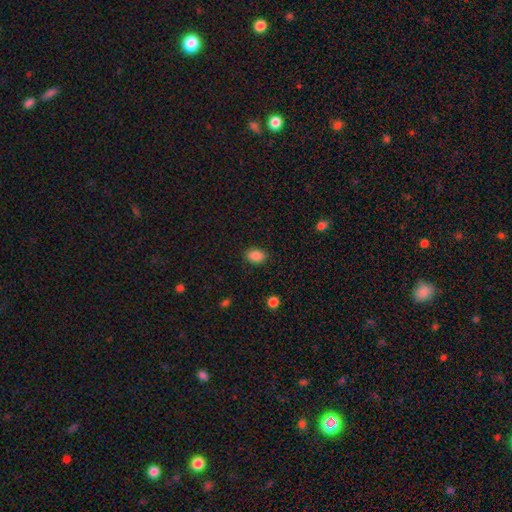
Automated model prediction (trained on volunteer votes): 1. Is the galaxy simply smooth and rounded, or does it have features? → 87% smooth, 9% star or artifact, 3% featured or disk.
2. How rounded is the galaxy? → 76% in between, 23% round, 1% cigar-shaped.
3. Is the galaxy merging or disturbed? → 87% none, 10% minor disturbance, 3% major disturbance, 1% merger.